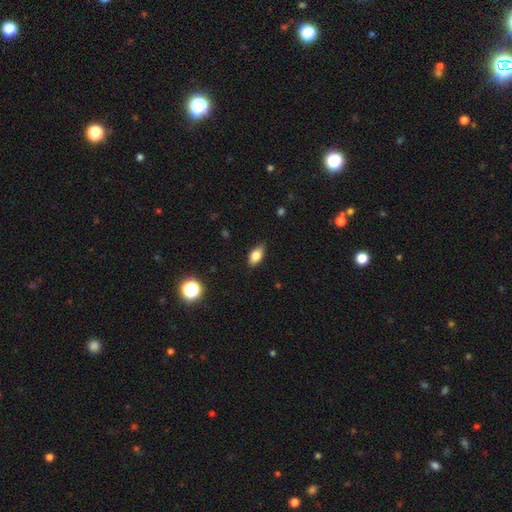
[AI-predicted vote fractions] This is likely a smooth galaxy (80%). How rounded: clearly in between (88%). Merging: clearly none (83%).